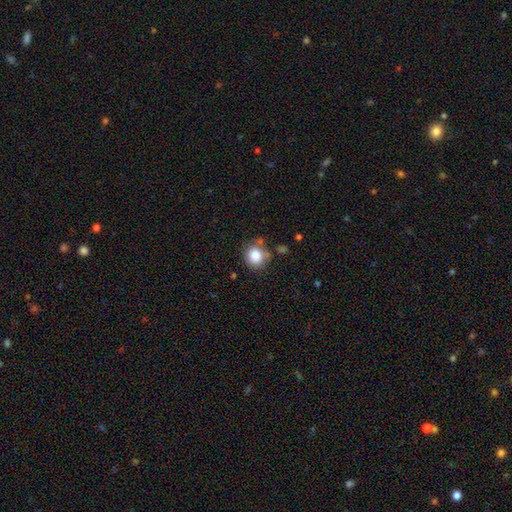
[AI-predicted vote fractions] A smooth galaxy with no disk features (82%) that is round (86%). Merging: none (73%).